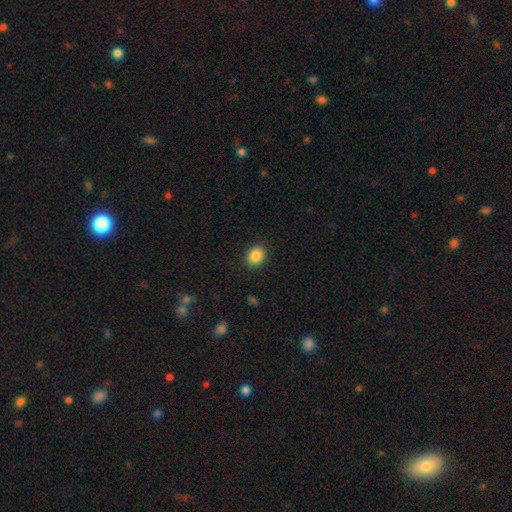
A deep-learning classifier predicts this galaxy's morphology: smooth_or_featured: smooth (p=0.87) [alt: star or artifact p=0.09]
how_rounded: round (p=0.54) [alt: in between p=0.46]
merging: none (p=0.88) [alt: minor disturbance p=0.08]